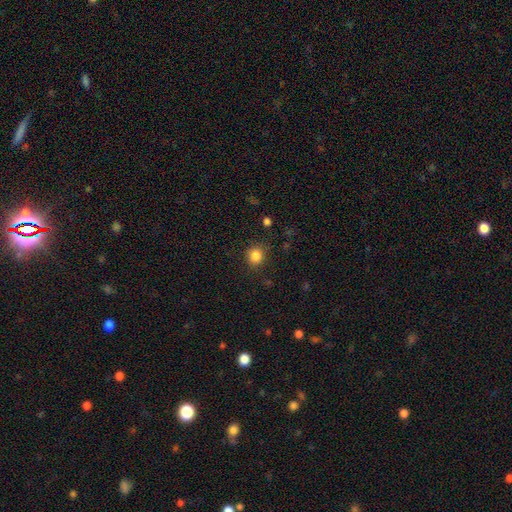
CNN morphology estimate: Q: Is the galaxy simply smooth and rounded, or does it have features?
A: smooth — 85%.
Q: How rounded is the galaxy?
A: round — 85%.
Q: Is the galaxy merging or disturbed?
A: none — 85%.